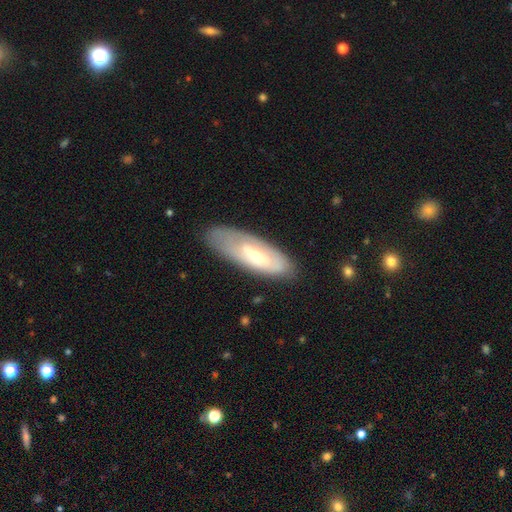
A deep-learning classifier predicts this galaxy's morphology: Overall: featured or disk (52%; smooth 42%). Edge-on disk: no (78%). Merging: none (74%).